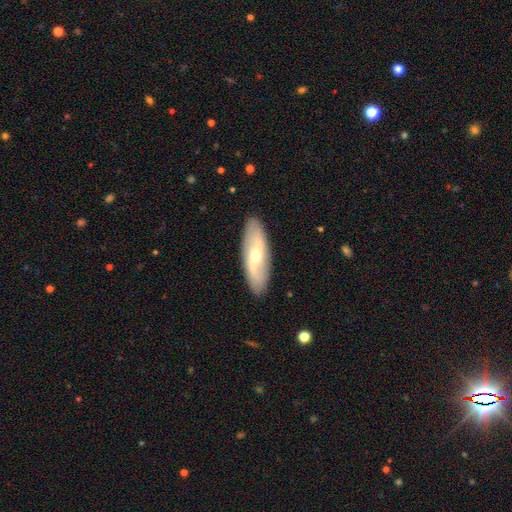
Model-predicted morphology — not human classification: smooth-or-featured: featured or disk: 64% | smooth: 31% | star or artifact: 5%
  disk-edge-on: no: 79% | yes: 21%
    bar: no: 44% | weak: 40% | strong: 16%
    has-spiral-arms: yes: 73% | no: 27%
    bulge-size: moderate: 57% | small: 38% | large: 3% | none: 1% | dominant: 1%
  merging: none: 89% | minor disturbance: 8% | major disturbance: 2% | merger: 1%